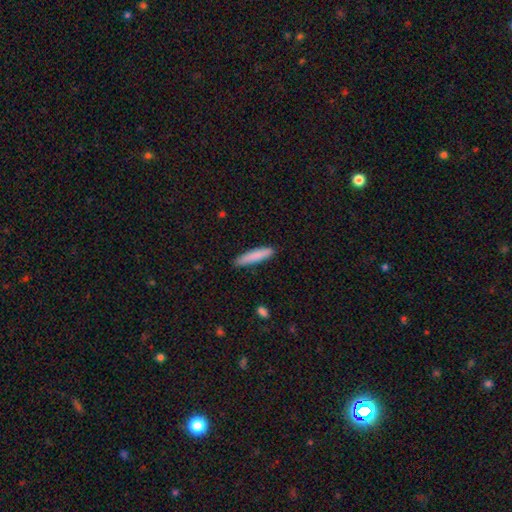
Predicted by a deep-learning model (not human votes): This appears to be a smooth galaxy with no disk features (84%) that is cigar-shaped (89%). Merging: none (87%).